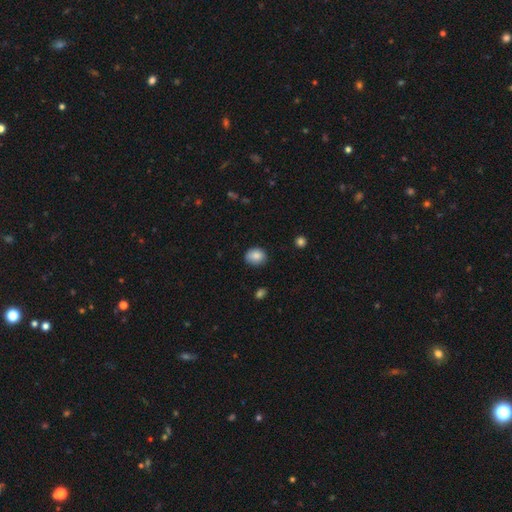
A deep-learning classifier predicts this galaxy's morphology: Overall: smooth (86%). How rounded: round (58%; in between 41%). Merging: none (78%).